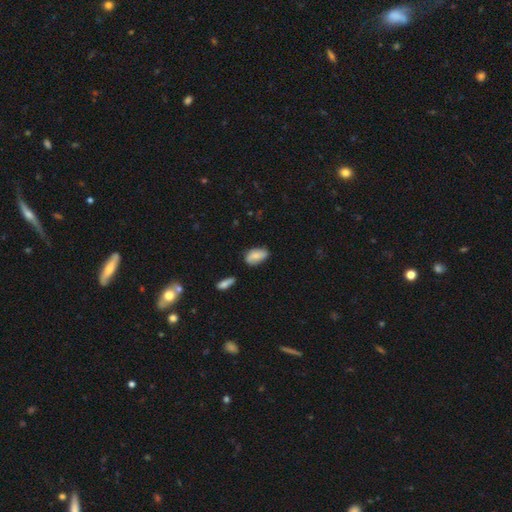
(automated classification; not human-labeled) smooth-or-featured: smooth: 75% | featured or disk: 18% | star or artifact: 7%
  how-rounded: in between: 91% | round: 5% | cigar-shaped: 3%
  merging: none: 67% | minor disturbance: 25% | major disturbance: 4% | merger: 4%